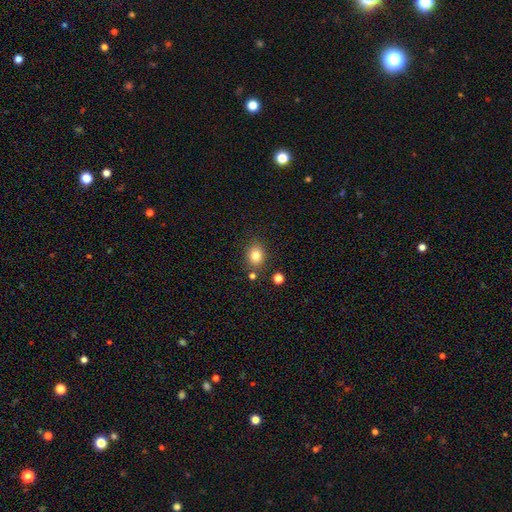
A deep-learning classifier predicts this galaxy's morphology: A smooth galaxy with no disk features (81%) that is round (57%). Merging: none (80%).